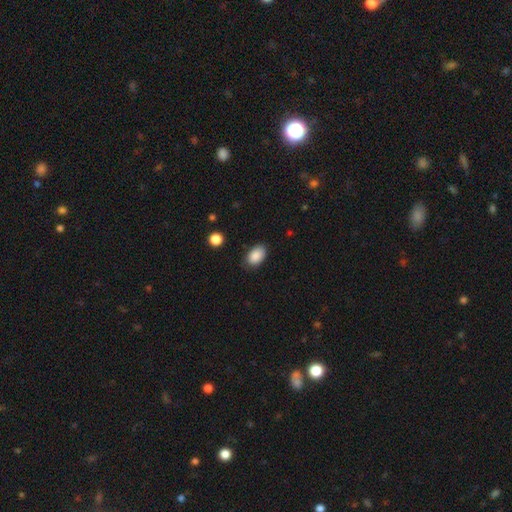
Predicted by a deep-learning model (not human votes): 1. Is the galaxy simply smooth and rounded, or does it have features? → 88% smooth, 8% star or artifact, 4% featured or disk.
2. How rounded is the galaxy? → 90% in between, 9% round, 1% cigar-shaped.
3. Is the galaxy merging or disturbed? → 82% none, 14% minor disturbance, 3% major disturbance, 1% merger.